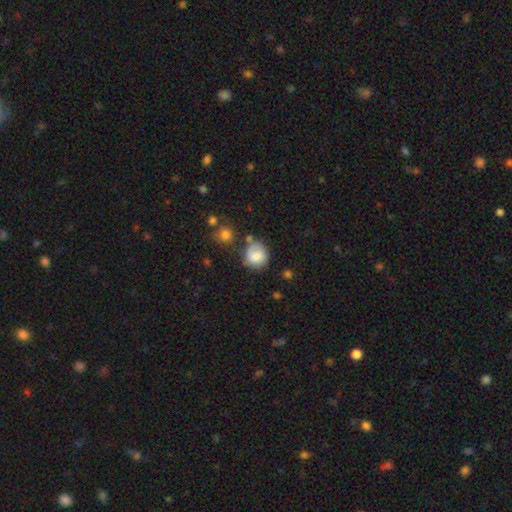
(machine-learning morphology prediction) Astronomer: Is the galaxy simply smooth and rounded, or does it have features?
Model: smooth — 81%.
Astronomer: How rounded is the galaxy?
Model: round — 78%.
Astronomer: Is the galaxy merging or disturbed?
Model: none — 57%.